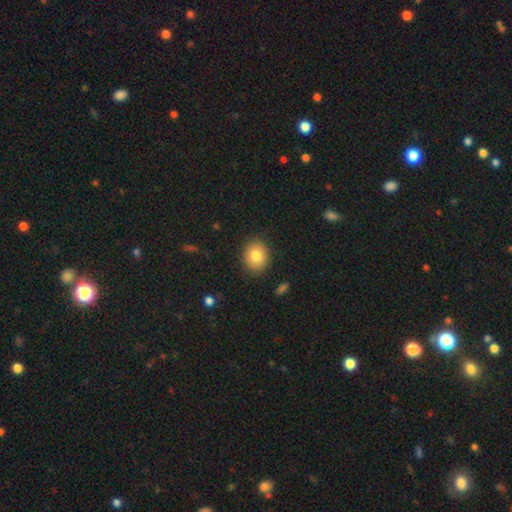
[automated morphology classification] Smooth or featured? smooth (81%)
How rounded? round (65%)
Merging? none (88%)